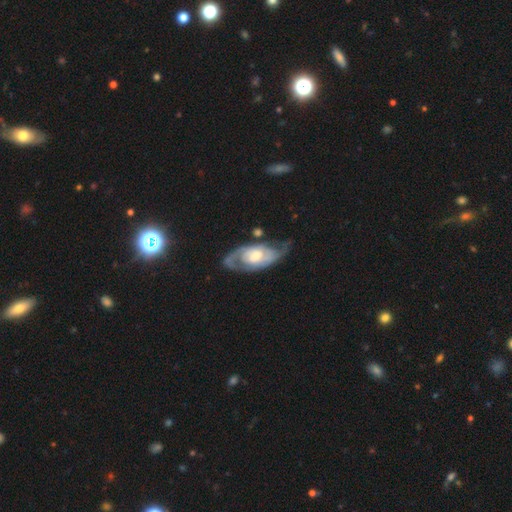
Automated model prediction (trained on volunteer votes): This appears to be a featured or disk galaxy (81%) with no bar (58%), 2 (73%) tight (43%) spiral arms (90%) and a moderate central bulge (52%). Merging: none (57%).